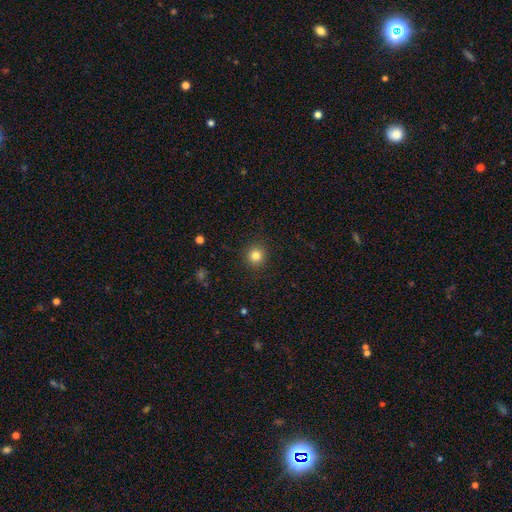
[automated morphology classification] Smooth or featured? Predicted: smooth (p=0.83). How rounded? Predicted: round (p=0.93). Merging? Predicted: none (p=0.92).